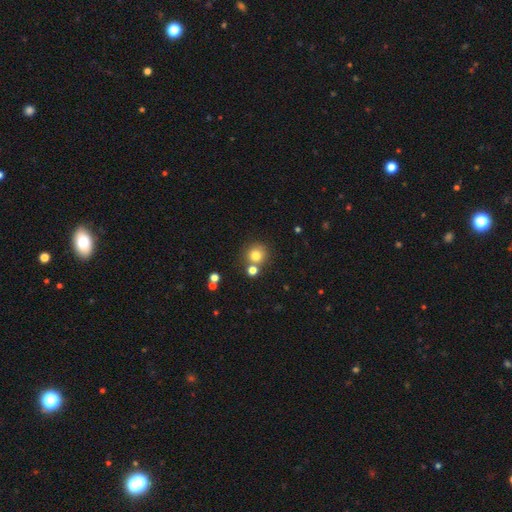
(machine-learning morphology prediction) Smooth or featured? Predicted: smooth (p=0.78). How rounded? Predicted: round (p=0.90). Merging? Predicted: none (p=0.68).